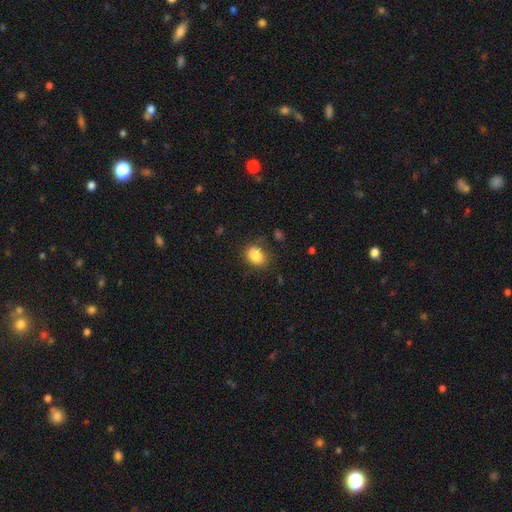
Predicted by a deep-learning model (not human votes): Overall: smooth (83%). How rounded: in between (62%; round 37%). Merging: none (70%).